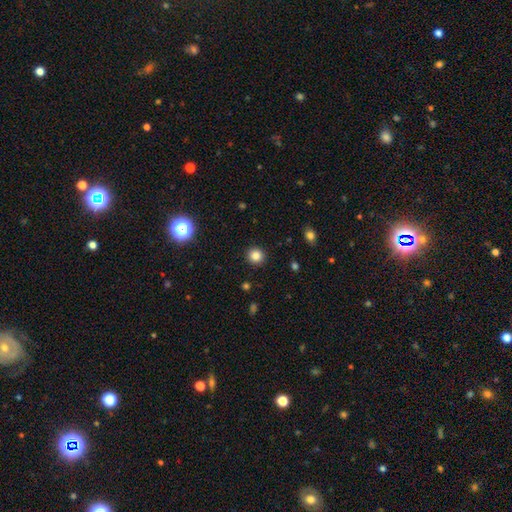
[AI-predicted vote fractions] smooth_or_featured: smooth (p=0.83) [alt: star or artifact p=0.13]
how_rounded: round (p=0.94) [alt: in between p=0.05]
merging: none (p=0.92) [alt: minor disturbance p=0.05]